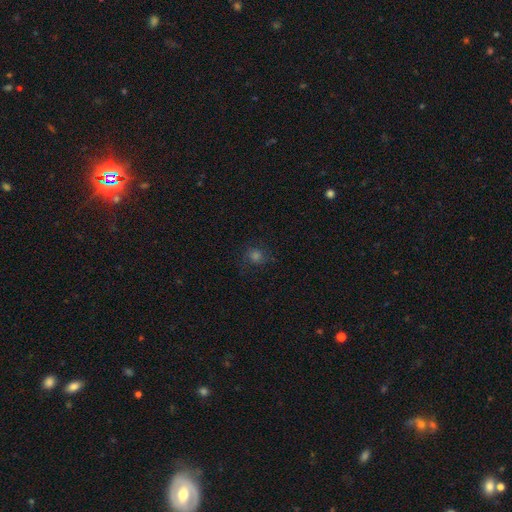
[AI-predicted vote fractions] This is possibly a smooth galaxy (57%). How rounded: clearly round (84%). Merging: likely none (74%).